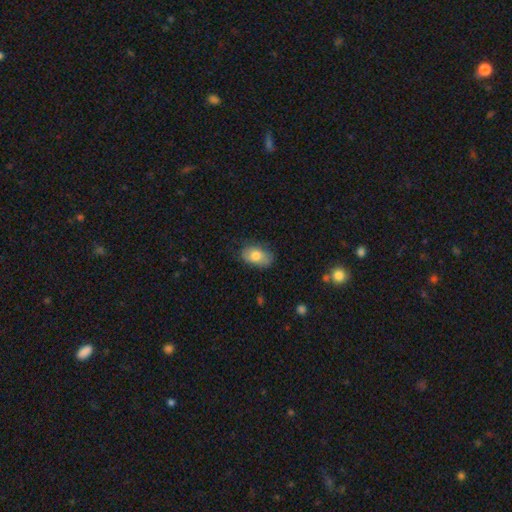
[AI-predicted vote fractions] Smooth or featured?
  - smooth: 73% *
  - featured or disk: 20%
  - star or artifact: 7%
How rounded?
  - in between: 88% *
  - round: 11%
  - cigar-shaped: 2%
Merging?
  - none: 68% *
  - minor disturbance: 25%
  - major disturbance: 6%
  - merger: 1%